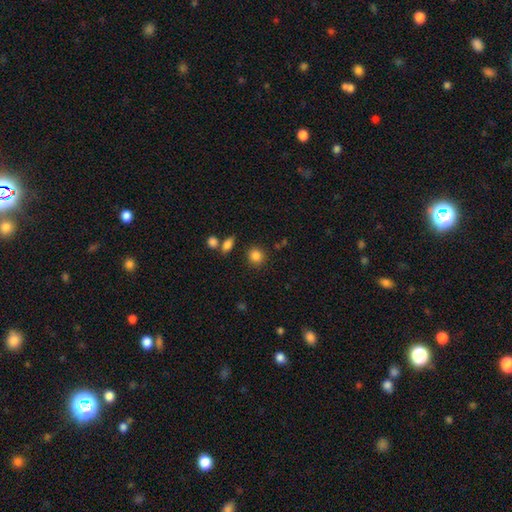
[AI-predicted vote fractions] smooth_or_featured: smooth (p=0.85) [alt: star or artifact p=0.10]
how_rounded: round (p=0.83) [alt: in between p=0.16]
merging: none (p=0.83) [alt: minor disturbance p=0.09]